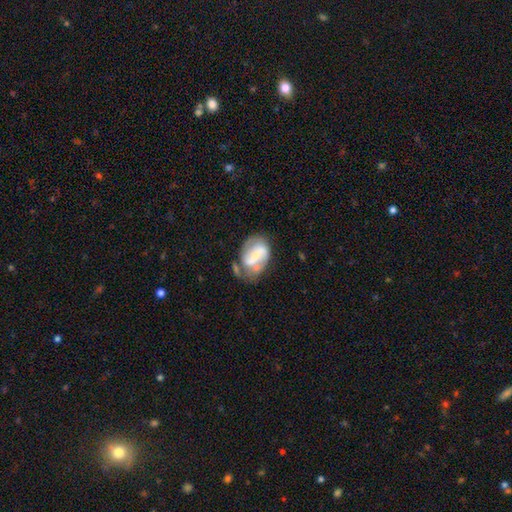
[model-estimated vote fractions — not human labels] Smooth or featured: featured or disk — 63% (smooth — 30%)
Edge-on disk: no — 97% (yes — 3%)
Bar: strong — 38% (weak — 35%)
Spiral arms: yes — 72% (no — 28%)
Bulge size: small — 45% (none — 24%)
Merging: none — 39% (minor disturbance — 27%)